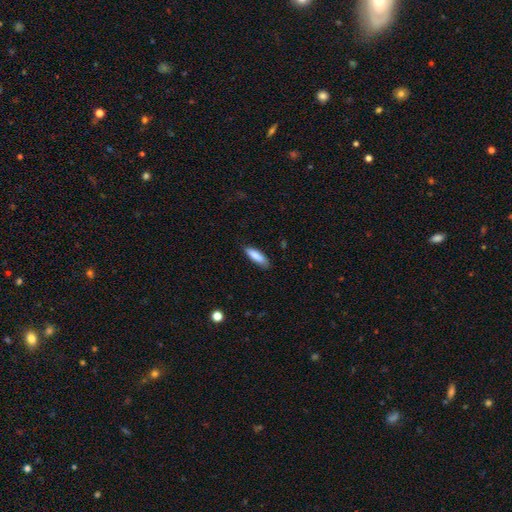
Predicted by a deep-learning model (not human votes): smooth_or_featured: smooth (p=0.86) [alt: featured or disk p=0.08]
how_rounded: cigar-shaped (p=0.58) [alt: in between p=0.40]
merging: none (p=0.84) [alt: minor disturbance p=0.13]